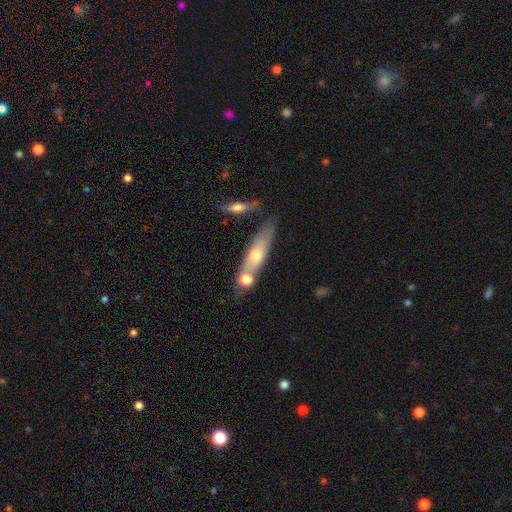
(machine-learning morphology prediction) Smooth or featured?
  - smooth: 51% *
  - featured or disk: 42%
  - star or artifact: 7%
How rounded?
  - cigar-shaped: 68% *
  - in between: 29%
  - round: 3%
Merging?
  - none: 58% *
  - merger: 23%
  - minor disturbance: 15%
  - major disturbance: 4%